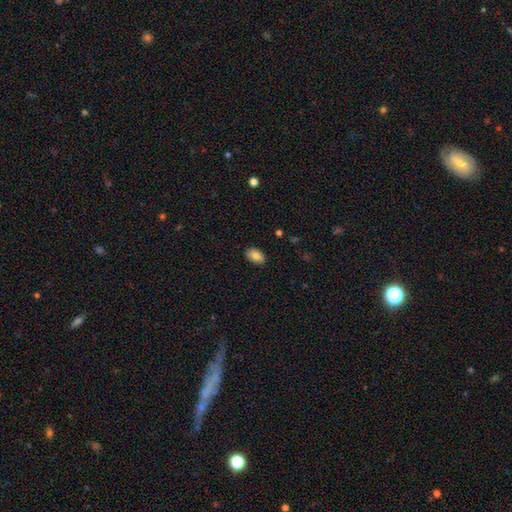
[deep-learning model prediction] smooth-or-featured: smooth: 83% | featured or disk: 10% | star or artifact: 8%
  how-rounded: in between: 90% | round: 9% | cigar-shaped: 1%
  merging: none: 87% | minor disturbance: 10% | major disturbance: 2% | merger: 1%